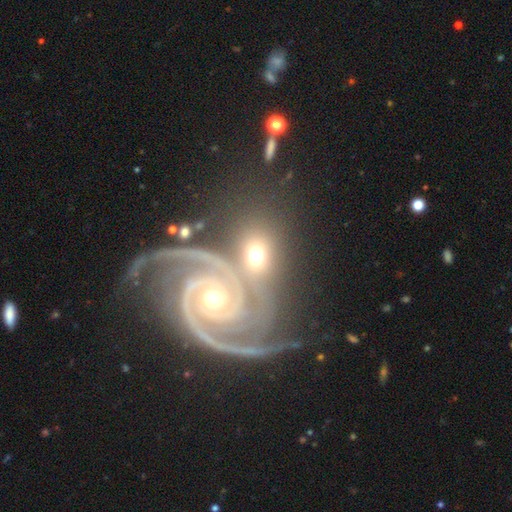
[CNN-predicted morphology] This appears to be a featured or disk galaxy (53%). Merging: none (41%).